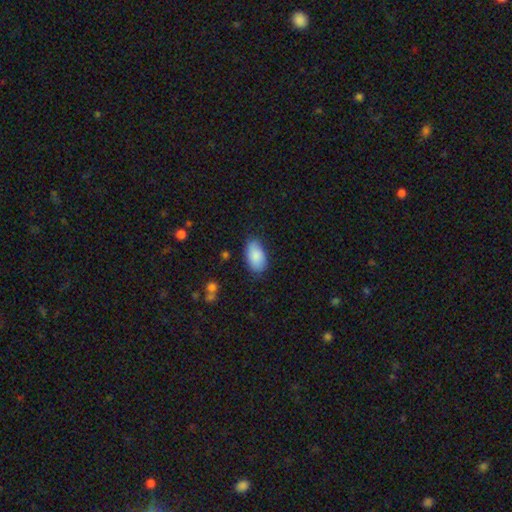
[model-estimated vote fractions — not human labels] Smooth or featured?
  - smooth: 87% *
  - featured or disk: 7%
  - star or artifact: 6%
How rounded?
  - in between: 94% *
  - round: 4%
  - cigar-shaped: 2%
Merging?
  - none: 78% *
  - minor disturbance: 17%
  - major disturbance: 3%
  - merger: 1%